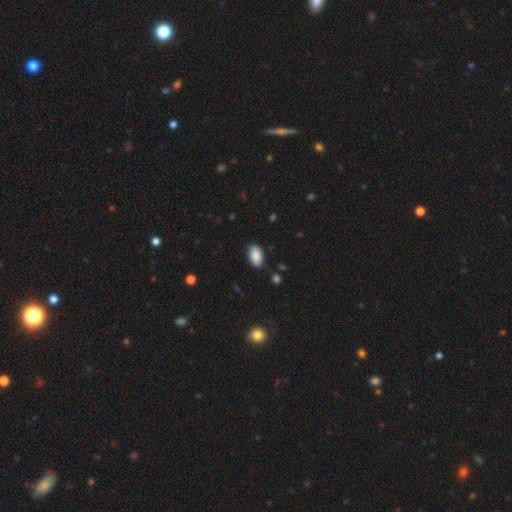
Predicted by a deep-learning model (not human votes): Smooth or featured: smooth — 88% (star or artifact — 7%)
How rounded: in between — 93% (round — 5%)
Merging: none — 86% (minor disturbance — 10%)